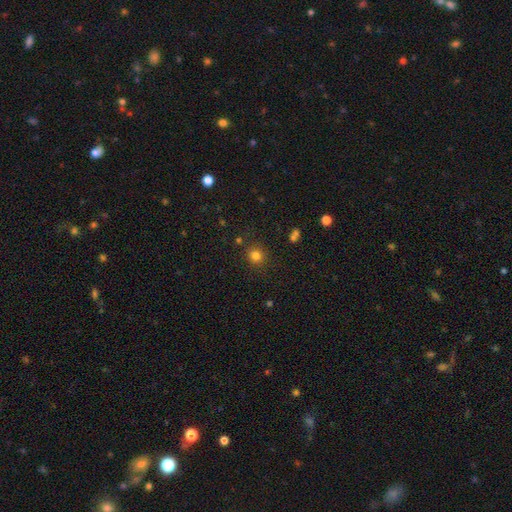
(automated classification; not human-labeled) Smooth or featured? smooth (80%)
How rounded? round (87%)
Merging? none (85%)